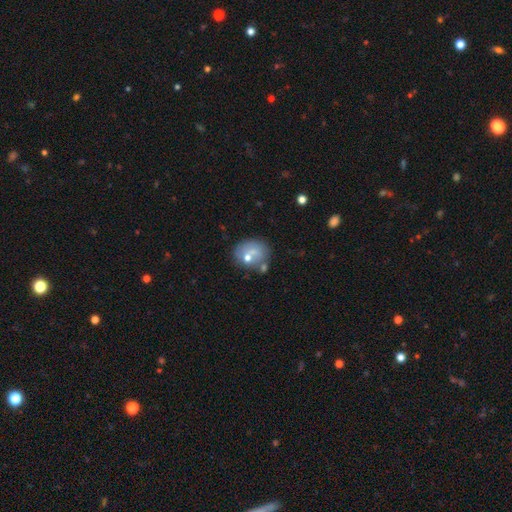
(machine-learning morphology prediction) A smooth galaxy with no disk features (57%) that is round (63%). Merging: none (51%).